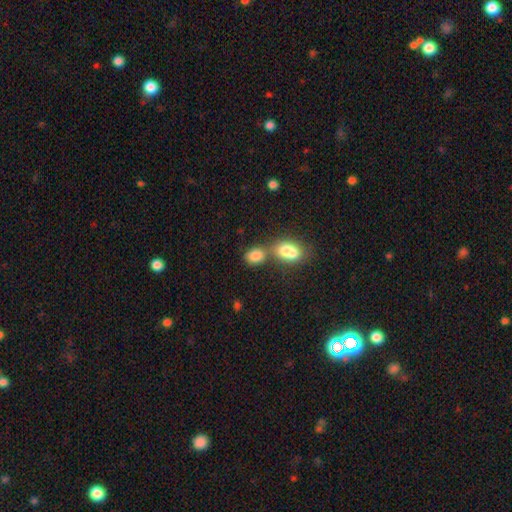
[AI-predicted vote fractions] Smooth or featured?
  - smooth: 82% *
  - star or artifact: 10%
  - featured or disk: 8%
How rounded?
  - in between: 71% *
  - round: 27%
  - cigar-shaped: 2%
Merging?
  - merger: 51% *
  - none: 35%
  - minor disturbance: 9%
  - major disturbance: 4%